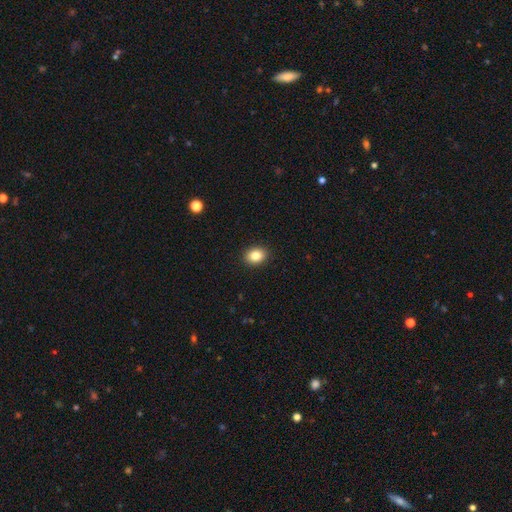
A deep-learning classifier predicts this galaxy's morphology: A smooth galaxy with no disk features (85%) that is in between round and cigar-shaped (58%).

Vote fractions:
- Smooth or featured? smooth: 85% / star or artifact: 9% / featured or disk: 6%
- How rounded? in between: 58% / round: 41% / cigar-shaped: 1%
- Merging? none: 91% / minor disturbance: 6% / major disturbance: 2% / merger: 1%